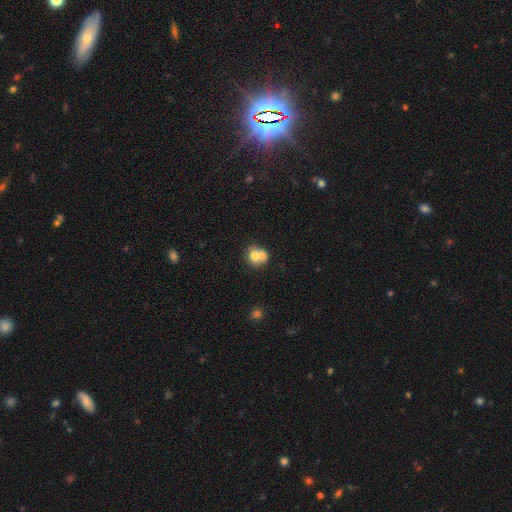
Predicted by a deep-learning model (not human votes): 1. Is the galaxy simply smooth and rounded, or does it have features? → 72% smooth, 19% featured or disk, 9% star or artifact.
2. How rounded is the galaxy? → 70% round, 29% in between, 1% cigar-shaped.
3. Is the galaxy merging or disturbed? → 55% merger, 30% none, 10% minor disturbance, 4% major disturbance.